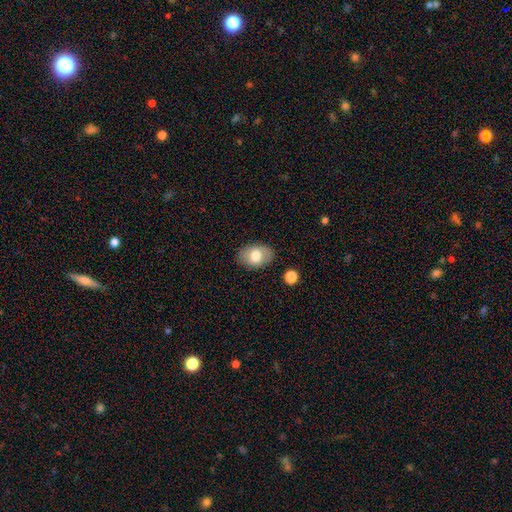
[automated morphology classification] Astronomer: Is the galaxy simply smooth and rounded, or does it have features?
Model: smooth — 75%.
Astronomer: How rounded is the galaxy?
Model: in between — 86%.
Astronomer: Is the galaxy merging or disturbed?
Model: none — 85%.